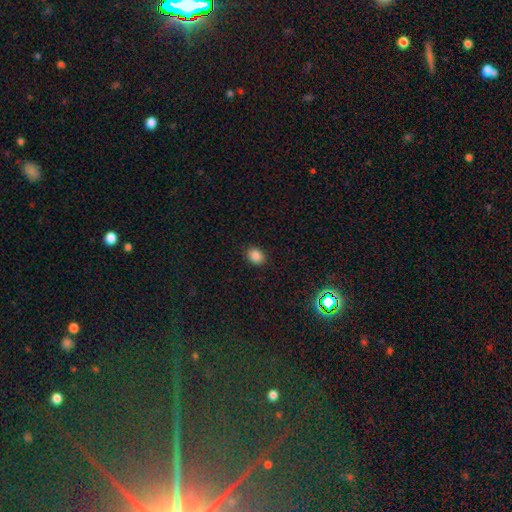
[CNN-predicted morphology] Overall: smooth (86%). How rounded: in between (52%; round 47%). Merging: none (90%).